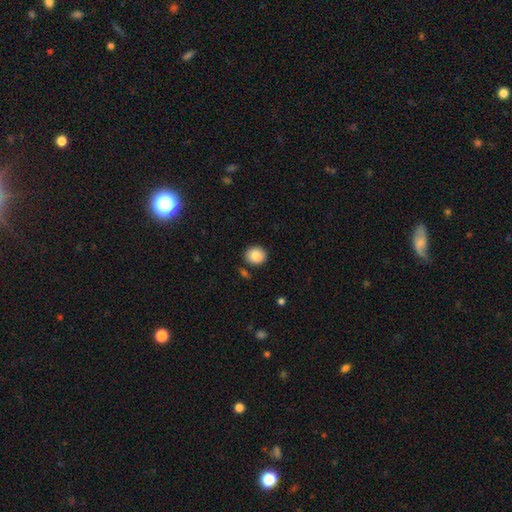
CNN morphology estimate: Overall: smooth (86%). How rounded: round (75%). Merging: none (84%).